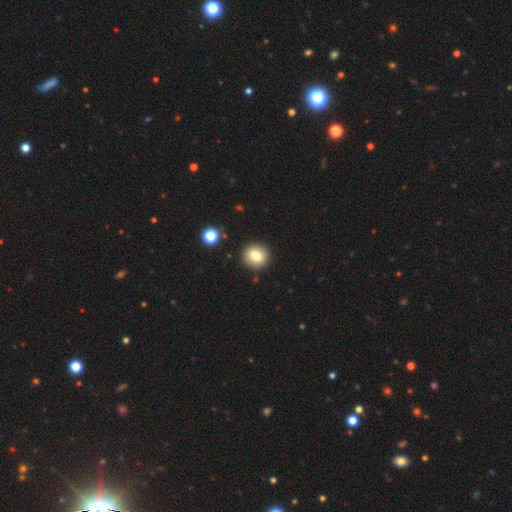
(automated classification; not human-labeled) smooth_or_featured: smooth (p=0.80) [alt: featured or disk p=0.11]
how_rounded: round (p=0.85) [alt: in between p=0.14]
merging: none (p=0.89) [alt: minor disturbance p=0.07]